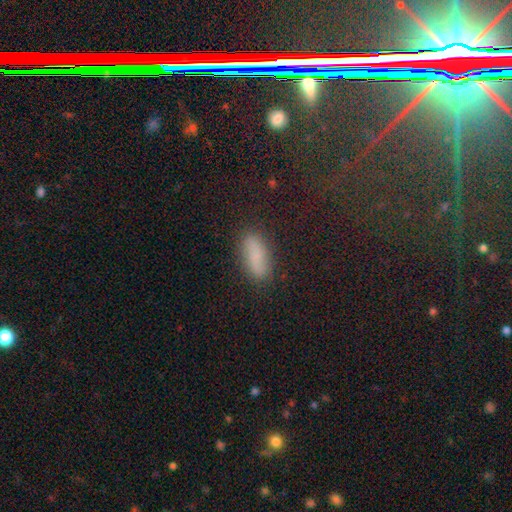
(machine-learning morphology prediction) The model was most divided on "how rounded": in between: 72%, cigar-shaped: 25%, round: 3%. More confident: merging — none (81%); smooth or featured — smooth (74%).